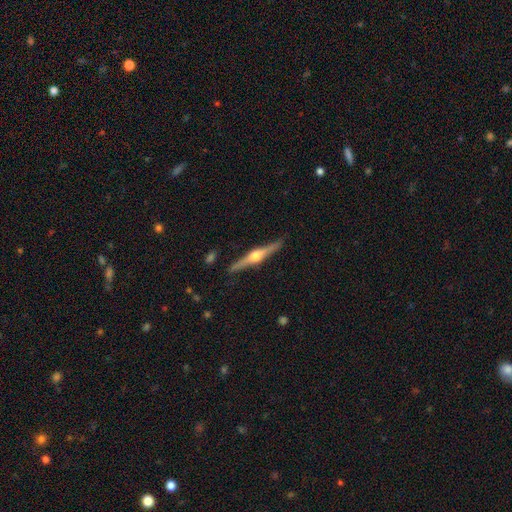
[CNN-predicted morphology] Smooth or featured? Predicted: featured or disk (p=0.79). Edge-on disk? Predicted: yes (p=0.98). Edge-on bulge? Predicted: rounded (p=0.95). Merging? Predicted: none (p=0.89).